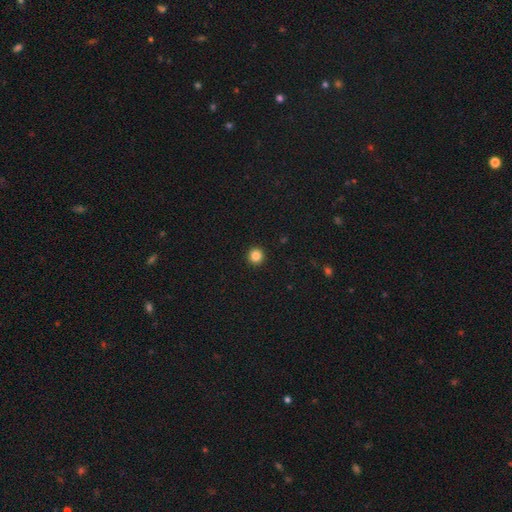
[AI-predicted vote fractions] Smooth or featured?
  - smooth: 85% *
  - star or artifact: 11%
  - featured or disk: 4%
How rounded?
  - round: 95% *
  - in between: 4%
  - cigar-shaped: 1%
Merging?
  - none: 94% *
  - minor disturbance: 4%
  - major disturbance: 1%
  - merger: 1%